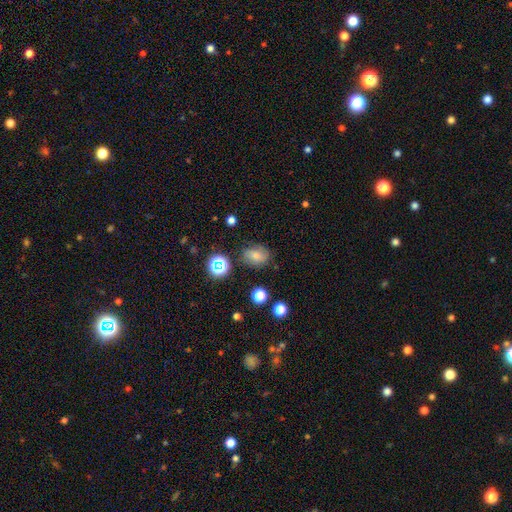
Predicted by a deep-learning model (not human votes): Smooth or featured: smooth — 69% (star or artifact — 16%)
How rounded: in between — 60% (round — 39%)
Merging: none — 73% (minor disturbance — 19%)